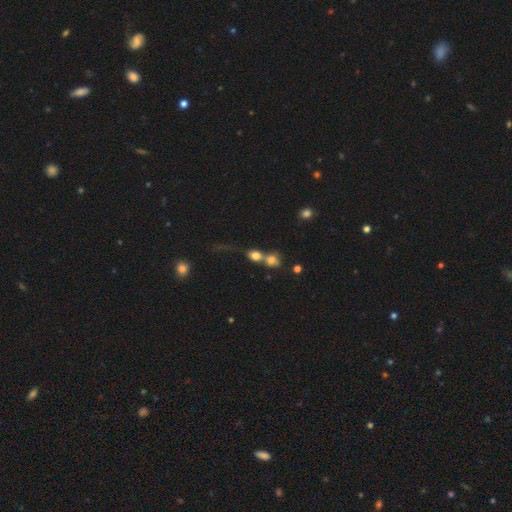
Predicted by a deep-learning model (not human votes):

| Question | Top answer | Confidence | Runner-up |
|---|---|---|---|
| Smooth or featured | smooth | 74% | star or artifact (13%) |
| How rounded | round | 63% | in between (34%) |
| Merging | merger | 66% | none (22%) |